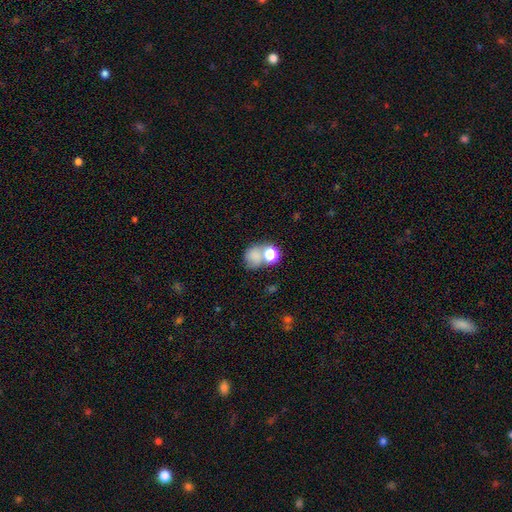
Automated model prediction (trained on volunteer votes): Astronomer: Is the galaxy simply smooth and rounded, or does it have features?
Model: smooth — 71%.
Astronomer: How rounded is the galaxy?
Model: round — 64%.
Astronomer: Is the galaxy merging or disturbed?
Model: merger — 41% (runner-up: none, 37%).